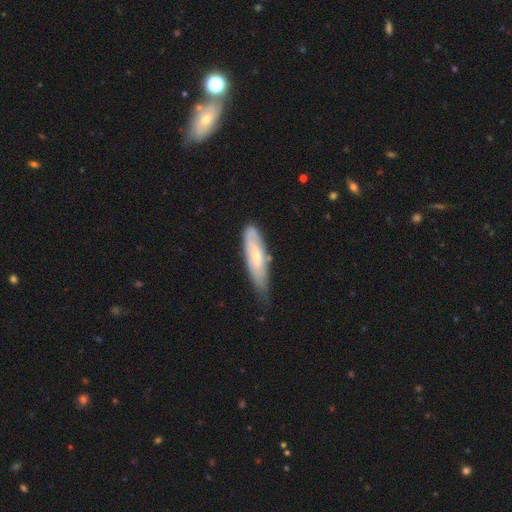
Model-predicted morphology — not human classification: A smooth galaxy with no disk features (50%).

Vote fractions:
- Smooth or featured? smooth: 50% / featured or disk: 44% / star or artifact: 6%
- Merging? none: 50% / minor disturbance: 38% / major disturbance: 9% / merger: 3%